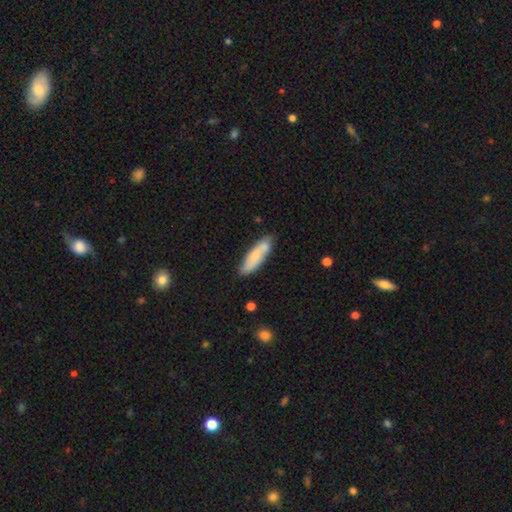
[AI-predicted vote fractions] A smooth galaxy with no disk features (70%) that is cigar-shaped (60%). Merging: none (73%).